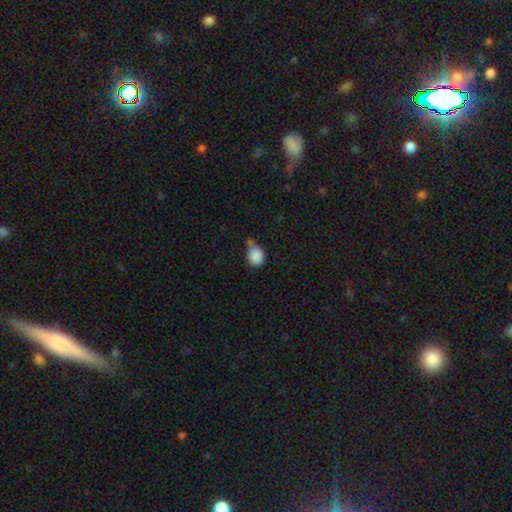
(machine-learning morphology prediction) Smooth or featured? Predicted: smooth (p=0.87). How rounded? Predicted: round (p=0.77). Merging? Predicted: none (p=0.47).